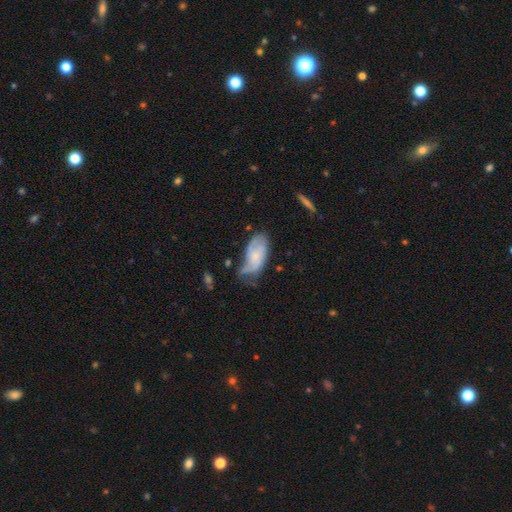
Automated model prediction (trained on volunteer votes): featured or disk 54%, smooth 39%, star or artifact 7%. Down the decision tree: edge-on disk — no (94%); bar — no (72%); spiral arms — yes (79%); bulge size — small (54%); merging — none (38%).